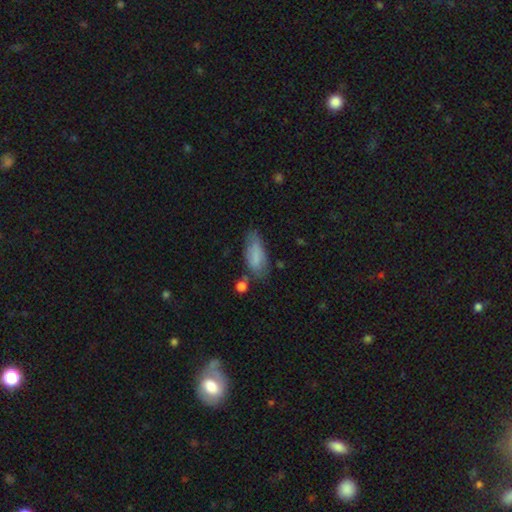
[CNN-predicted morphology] smooth-or-featured: smooth: 76% | featured or disk: 17% | star or artifact: 8%
  how-rounded: in between: 80% | cigar-shaped: 18% | round: 2%
  merging: none: 52% | minor disturbance: 30% | major disturbance: 11% | merger: 6%